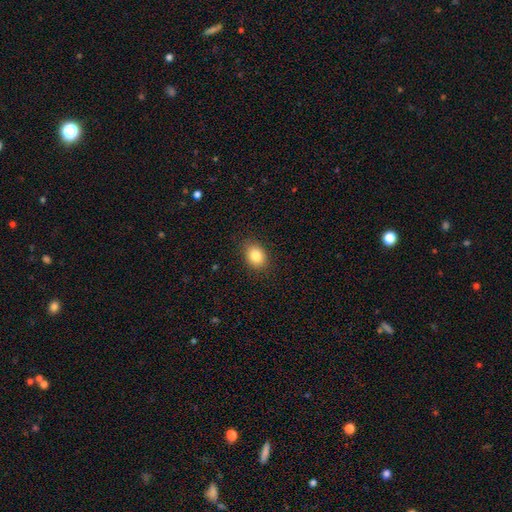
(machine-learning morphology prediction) Overall: smooth (84%). How rounded: in between (63%; round 36%). Merging: none (86%).